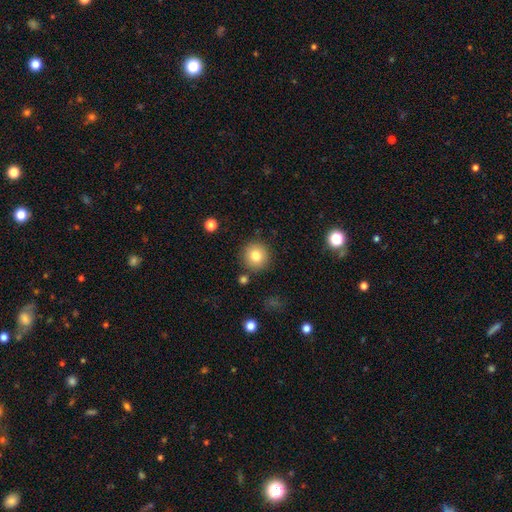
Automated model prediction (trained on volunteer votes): smooth-or-featured: smooth: 80% | star or artifact: 11% | featured or disk: 9%
  how-rounded: round: 94% | in between: 5% | cigar-shaped: 1%
  merging: none: 86% | minor disturbance: 8% | merger: 4% | major disturbance: 3%